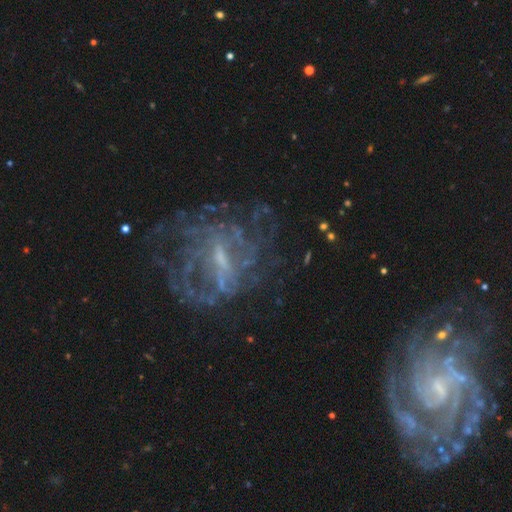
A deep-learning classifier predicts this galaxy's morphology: type=featured or disk (74%); edge-on=no (95%); bar=weak (46%); spiral arms=yes (66%); bulge=small (55%); merging=none (57%).